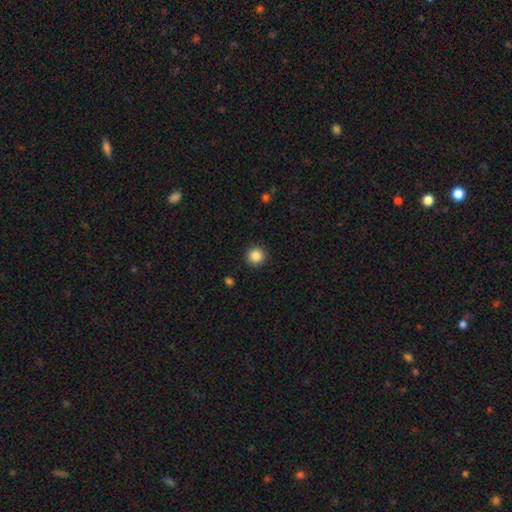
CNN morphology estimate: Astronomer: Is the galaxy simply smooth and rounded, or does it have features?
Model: smooth — 86%.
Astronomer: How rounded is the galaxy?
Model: round — 95%.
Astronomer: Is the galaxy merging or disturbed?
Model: none — 92%.